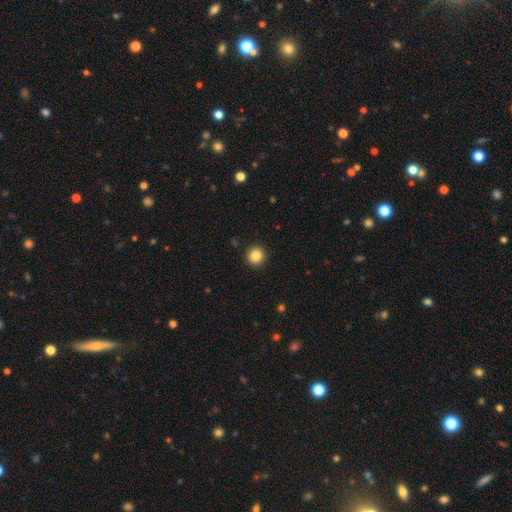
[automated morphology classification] smooth_or_featured: smooth (p=0.86) [alt: star or artifact p=0.10]
how_rounded: round (p=0.95) [alt: in between p=0.04]
merging: none (p=0.93) [alt: minor disturbance p=0.05]